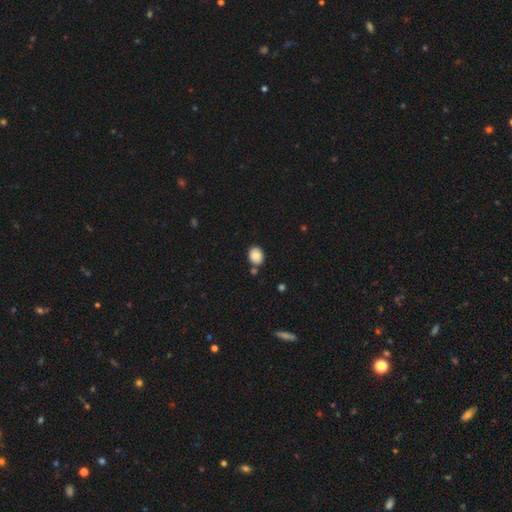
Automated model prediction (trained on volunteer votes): Smooth or featured: smooth — 88% (star or artifact — 8%)
How rounded: in between — 56% (round — 43%)
Merging: none — 73% (minor disturbance — 13%)